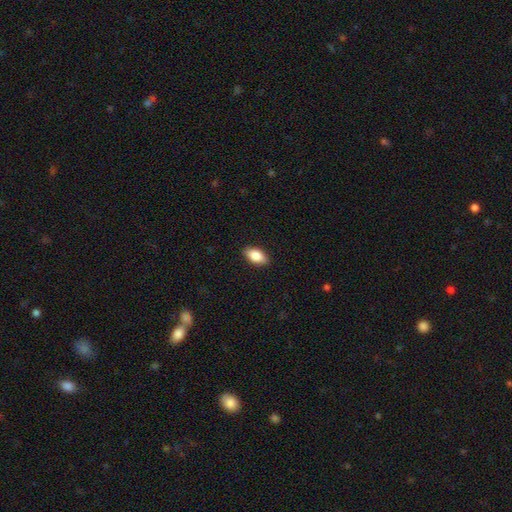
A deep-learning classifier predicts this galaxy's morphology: Smooth or featured? smooth (87%)
How rounded? in between (92%)
Merging? none (89%)